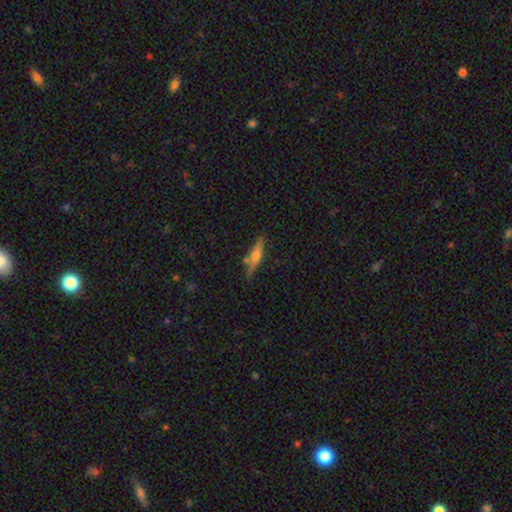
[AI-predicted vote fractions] A featured or disk galaxy (54%) viewed edge-on (93%) with a rounded central bulge (82%).

Vote fractions:
- Smooth or featured? featured or disk: 54% / smooth: 38% / star or artifact: 8%
- Edge-on disk? yes: 93% / no: 7%
- Edge-on bulge? rounded: 82% / boxy: 10% / none: 8%
- Merging? none: 74% / minor disturbance: 16% / merger: 6% / major disturbance: 4%